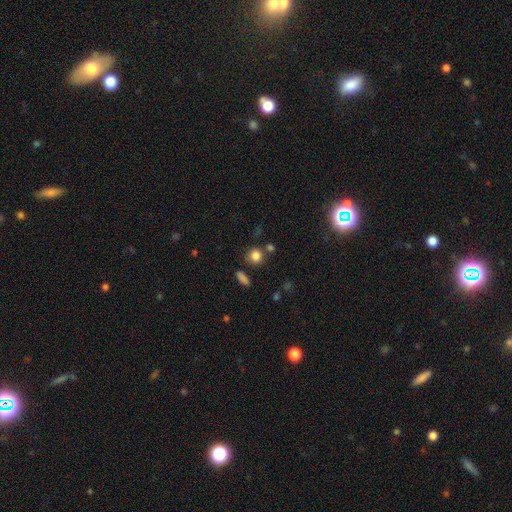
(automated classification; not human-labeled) smooth 82%, star or artifact 12%, featured or disk 6%. Down the decision tree: how rounded — round (81%); merging — none (74%).